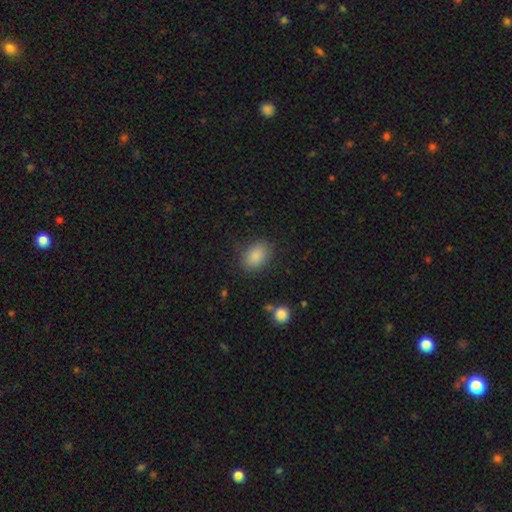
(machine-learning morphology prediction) Smooth or featured: smooth — 87% (star or artifact — 8%)
How rounded: in between — 82% (round — 17%)
Merging: none — 81% (minor disturbance — 13%)